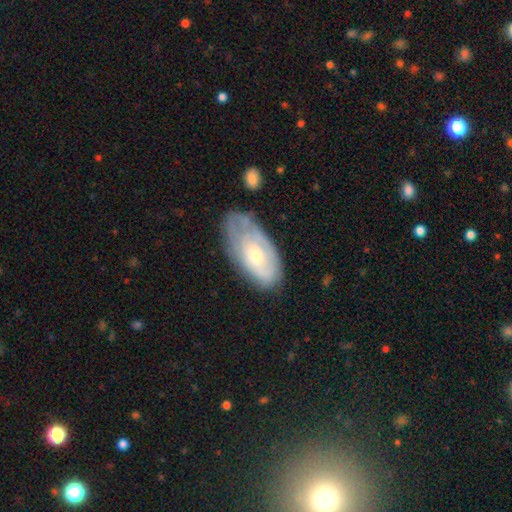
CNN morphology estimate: Smooth or featured? featured or disk (52%)
Edge-on disk? no (91%)
Merging? none (50%)